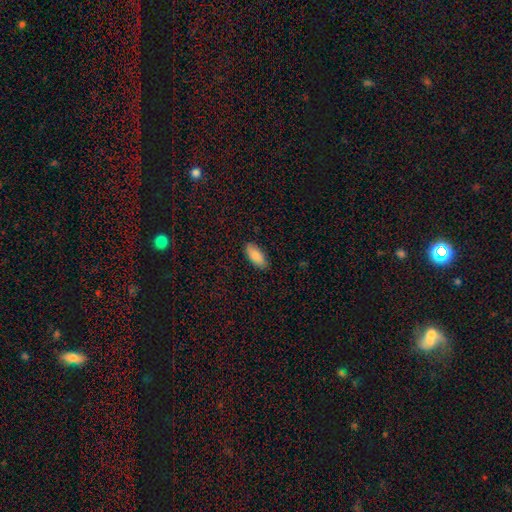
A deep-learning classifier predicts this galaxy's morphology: Overall: smooth (89%). How rounded: in between (83%). Merging: none (86%).